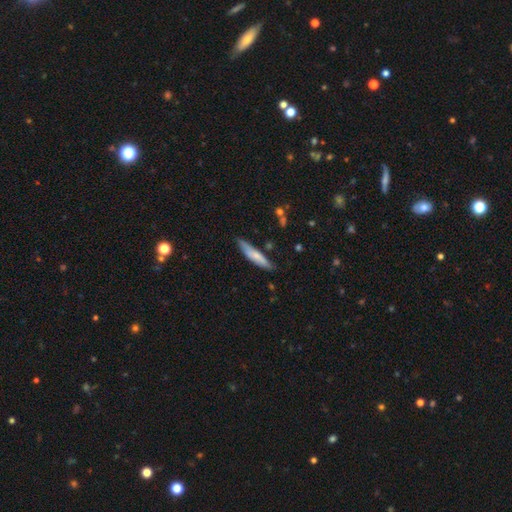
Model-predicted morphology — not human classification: Smooth or featured? smooth (65%)
How rounded? cigar-shaped (80%)
Merging? none (74%)